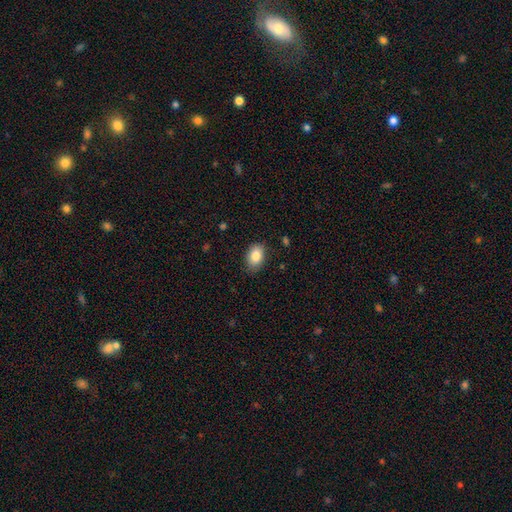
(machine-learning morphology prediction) Q: Smooth or featured?
A: smooth (86%); runner-up: star or artifact (8%)
Q: How rounded?
A: in between (84%); runner-up: round (15%)
Q: Merging?
A: none (81%); runner-up: minor disturbance (15%)